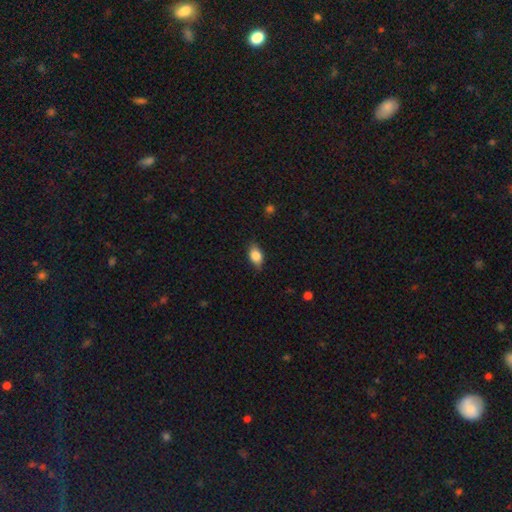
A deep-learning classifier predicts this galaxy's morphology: Overall: smooth (79%). How rounded: in between (83%). Merging: none (80%).